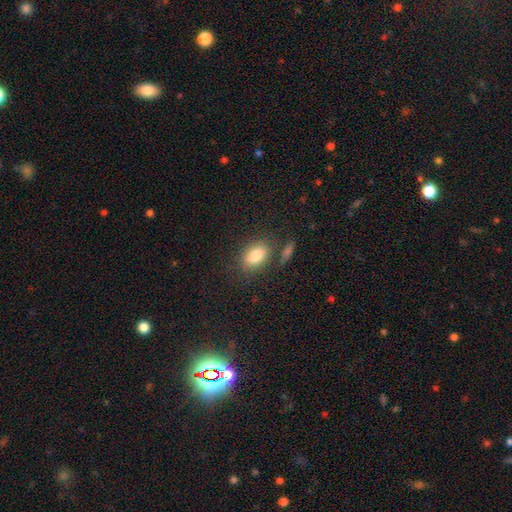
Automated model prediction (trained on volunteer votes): Overall: smooth (82%). How rounded: in between (84%). Merging: none (74%).